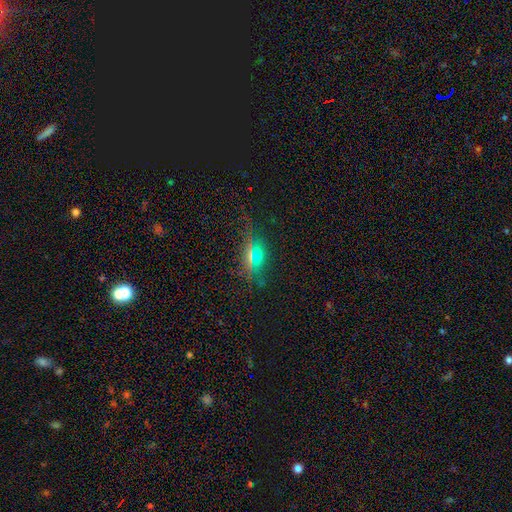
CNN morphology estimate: smooth-or-featured: smooth: 51% | star or artifact: 32% | featured or disk: 17%
  how-rounded: in between: 70% | round: 19% | cigar-shaped: 10%
  merging: none: 79% | minor disturbance: 12% | major disturbance: 5% | merger: 3%